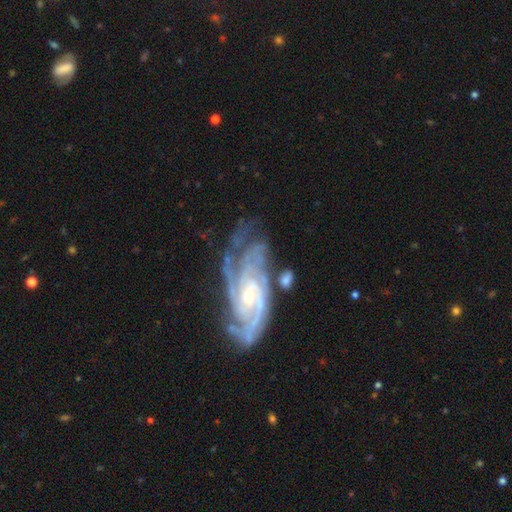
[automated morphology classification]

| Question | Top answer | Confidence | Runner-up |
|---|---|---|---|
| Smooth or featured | featured or disk | 89% | star or artifact (7%) |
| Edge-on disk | no | 94% | yes (6%) |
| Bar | no | 53% | weak (33%) |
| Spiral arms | yes | 98% | no (2%) |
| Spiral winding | tight | 64% | medium (30%) |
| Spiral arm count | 3 | 30% | 4 (23%) |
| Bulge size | small | 63% | moderate (30%) |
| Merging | none | 67% | minor disturbance (20%) |